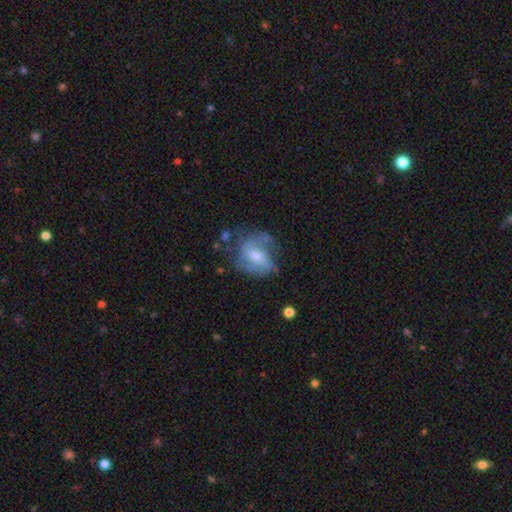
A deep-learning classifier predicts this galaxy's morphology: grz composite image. It shows a featured or disk galaxy (63%) with a weak bar (51%), spiral arms (75%) and a moderate central bulge (52%). Merging: none (48%).